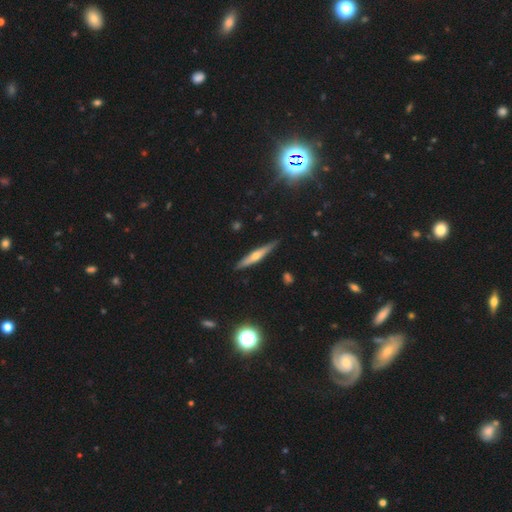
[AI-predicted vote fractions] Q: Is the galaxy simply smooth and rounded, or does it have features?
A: featured or disk — 56%.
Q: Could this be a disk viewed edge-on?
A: yes — 95%.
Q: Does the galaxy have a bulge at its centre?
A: rounded — 83%.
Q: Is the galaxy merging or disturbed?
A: none — 86%.